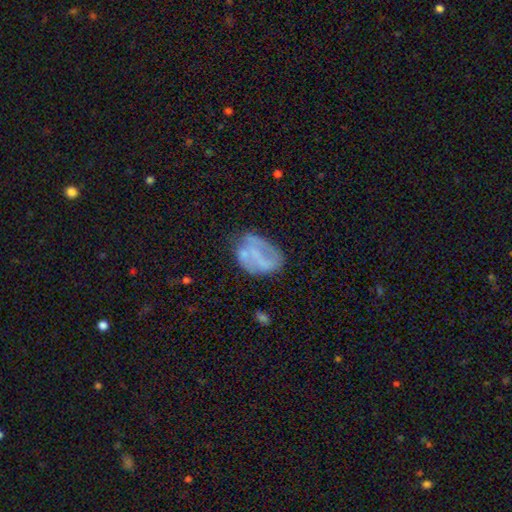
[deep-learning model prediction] Smooth or featured? Predicted: featured or disk (p=0.49). Merging? Predicted: none (p=0.47).